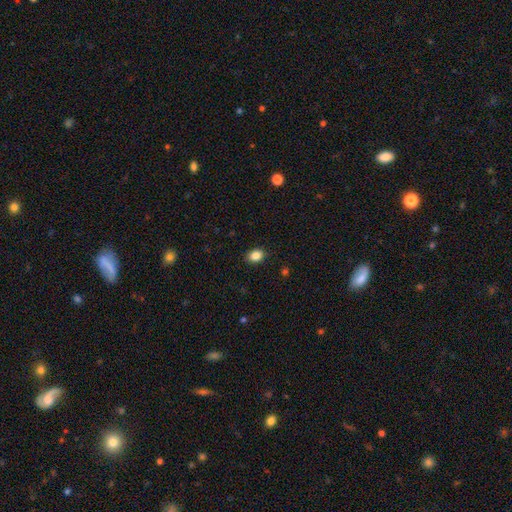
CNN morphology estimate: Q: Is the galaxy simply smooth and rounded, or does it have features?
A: smooth — 86%.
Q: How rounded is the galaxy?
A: in between — 67%.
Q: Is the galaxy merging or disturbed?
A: none — 88%.